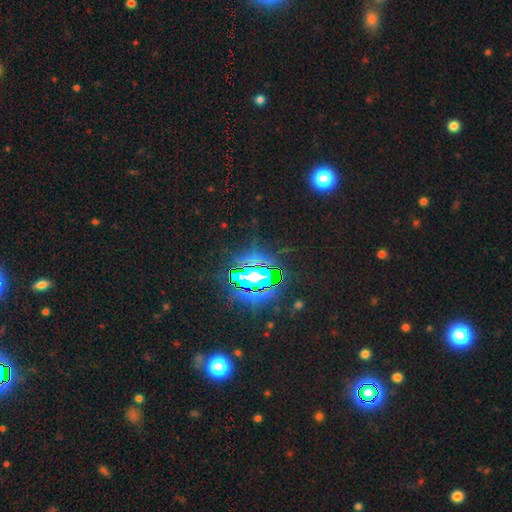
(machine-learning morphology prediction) Q: Smooth or featured?
A: star or artifact (84%); runner-up: smooth (9%)